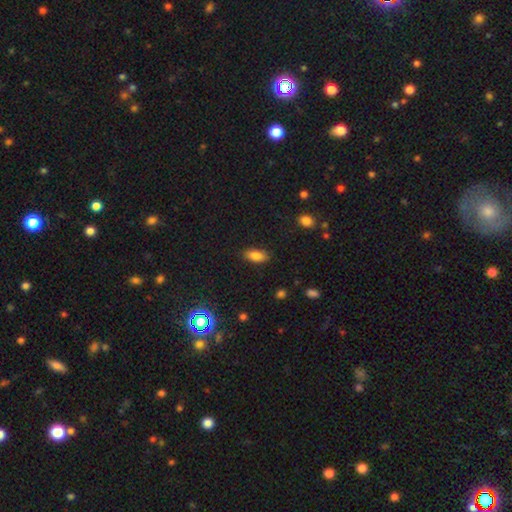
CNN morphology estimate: The model was most divided on "smooth or featured": smooth: 83%, star or artifact: 10%, featured or disk: 7%. More confident: how rounded — in between (87%); merging — none (86%).